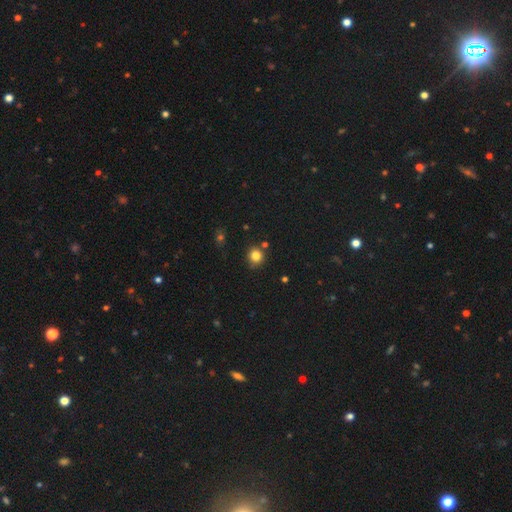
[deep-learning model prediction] Morphology: type=smooth (82%); roundness=round (88%); merging=none (80%).